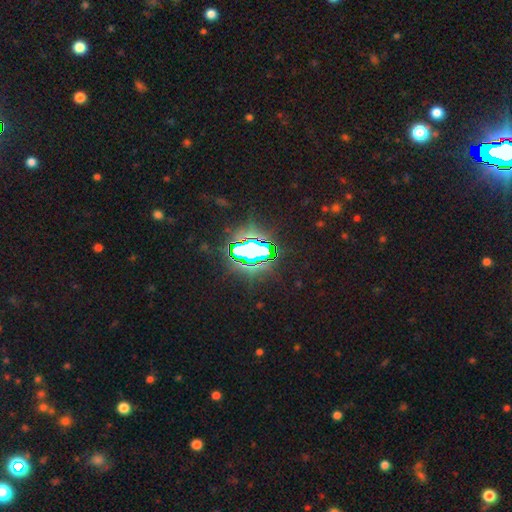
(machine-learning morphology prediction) This appears to be a star or artifact, not a galaxy (75%).